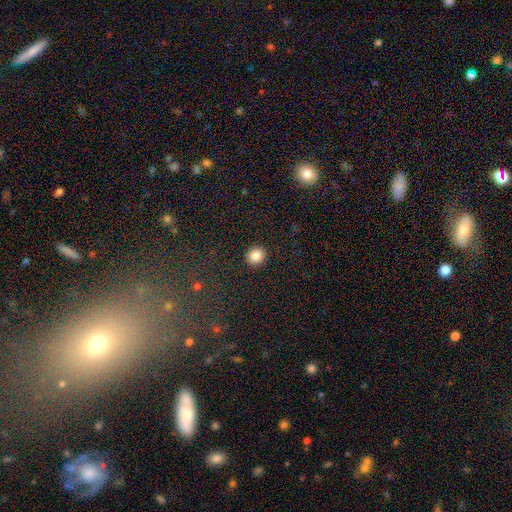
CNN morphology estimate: Overall: smooth (86%). How rounded: round (84%). Merging: none (92%).